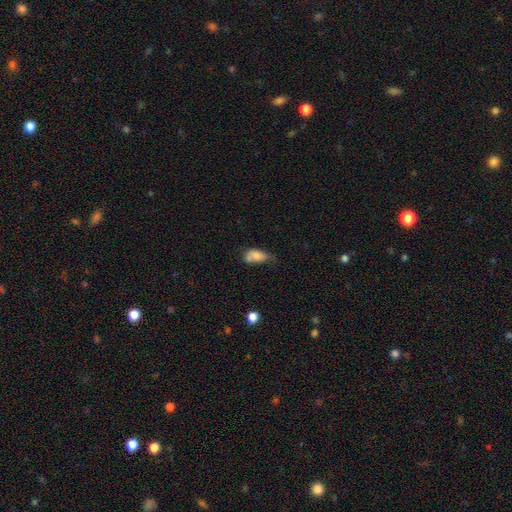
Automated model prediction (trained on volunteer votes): A smooth galaxy with no disk features (76%) that is in between round and cigar-shaped (87%).

Vote fractions:
- Smooth or featured? smooth: 76% / featured or disk: 15% / star or artifact: 10%
- How rounded? in between: 87% / round: 7% / cigar-shaped: 6%
- Merging? minor disturbance: 35% / none: 31% / major disturbance: 19% / merger: 16%